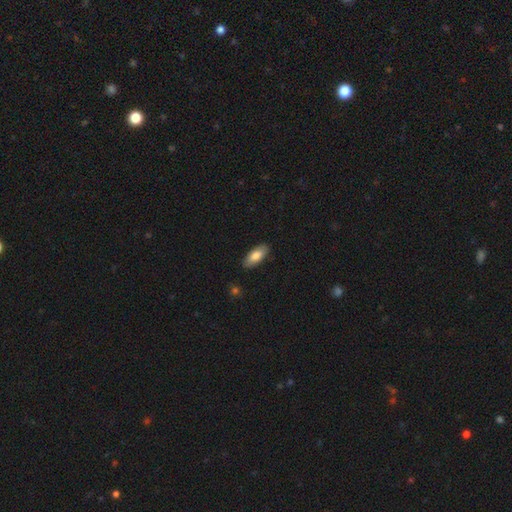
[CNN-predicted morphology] Smooth or featured? Predicted: smooth (p=0.81). How rounded? Predicted: in between (p=0.86). Merging? Predicted: none (p=0.88).